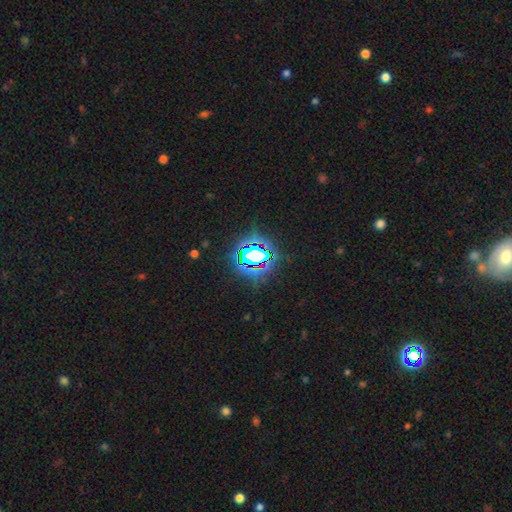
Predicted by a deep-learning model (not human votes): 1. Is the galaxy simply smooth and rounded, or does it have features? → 71% star or artifact, 16% smooth, 13% featured or disk.